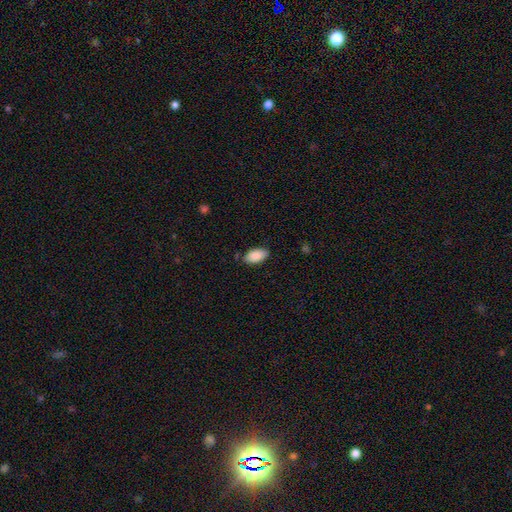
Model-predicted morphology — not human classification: smooth 89%, star or artifact 6%, featured or disk 5%. Down the decision tree: how rounded — in between (94%); merging — none (82%).